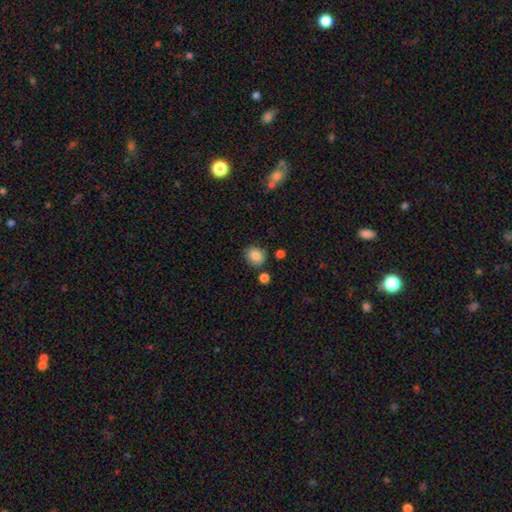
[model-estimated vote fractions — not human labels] Smooth or featured? smooth (86%)
How rounded? round (67%)
Merging? none (79%)